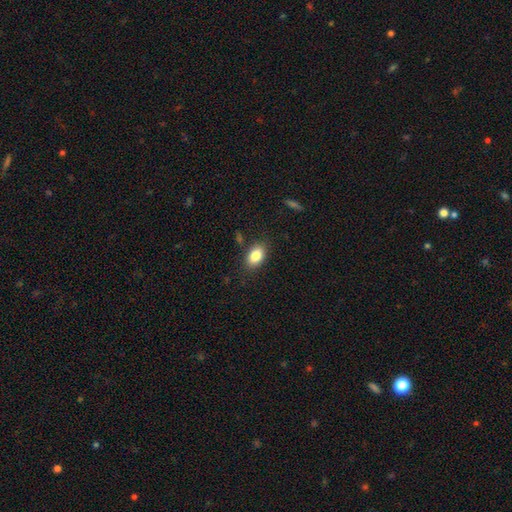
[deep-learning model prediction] smooth 85%, star or artifact 8%, featured or disk 7%. Down the decision tree: how rounded — in between (87%); merging — none (83%).